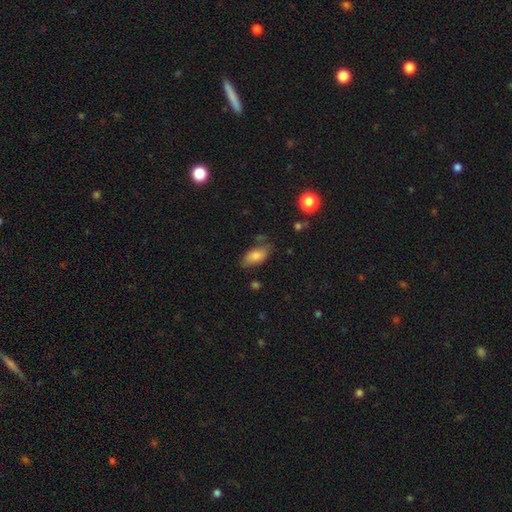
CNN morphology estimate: smooth 78%, featured or disk 14%, star or artifact 8%. Down the decision tree: how rounded — in between (91%); merging — none (68%).